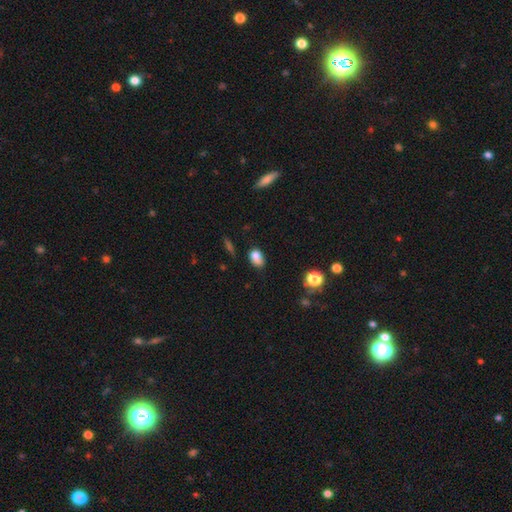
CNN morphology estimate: Smooth or featured? Predicted: smooth (p=0.80). How rounded? Predicted: in between (p=0.80). Merging? Predicted: none (p=0.55).